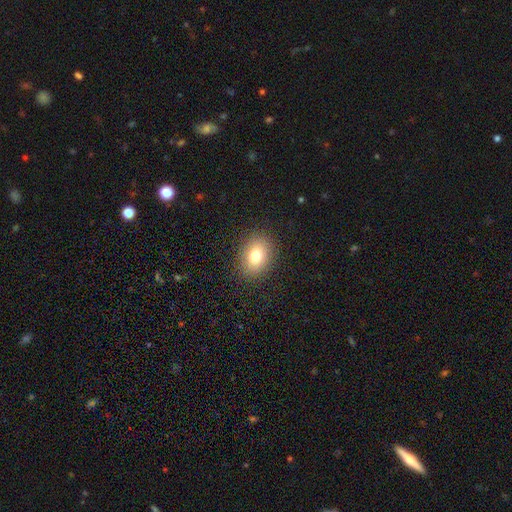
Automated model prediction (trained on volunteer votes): Overall: smooth (77%). How rounded: in between (62%; round 36%). Merging: none (88%).